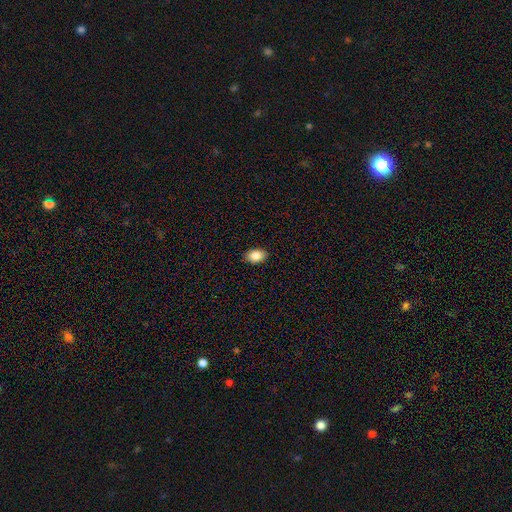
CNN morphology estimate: Overall: smooth (86%). How rounded: in between (86%). Merging: none (90%).